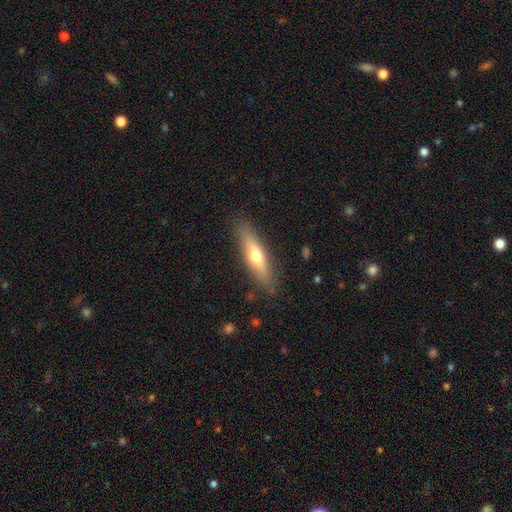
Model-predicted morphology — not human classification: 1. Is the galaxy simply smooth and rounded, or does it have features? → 54% smooth, 41% featured or disk, 6% star or artifact.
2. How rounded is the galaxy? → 72% cigar-shaped, 26% in between, 2% round.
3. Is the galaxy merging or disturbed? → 86% none, 10% minor disturbance, 3% major disturbance, 1% merger.